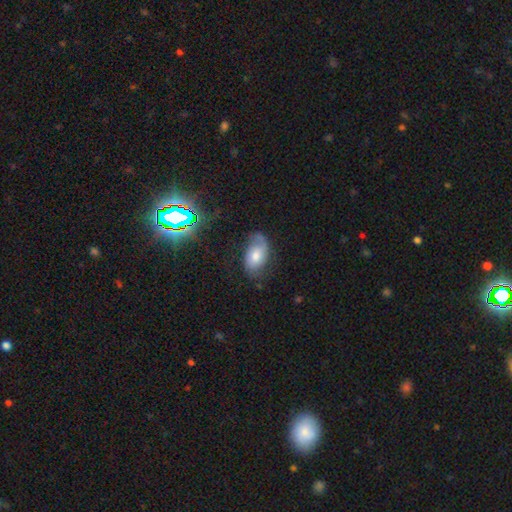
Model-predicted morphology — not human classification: smooth-or-featured: smooth: 46% | featured or disk: 41% | star or artifact: 12%
  merging: none: 59% | minor disturbance: 27% | major disturbance: 12% | merger: 2%